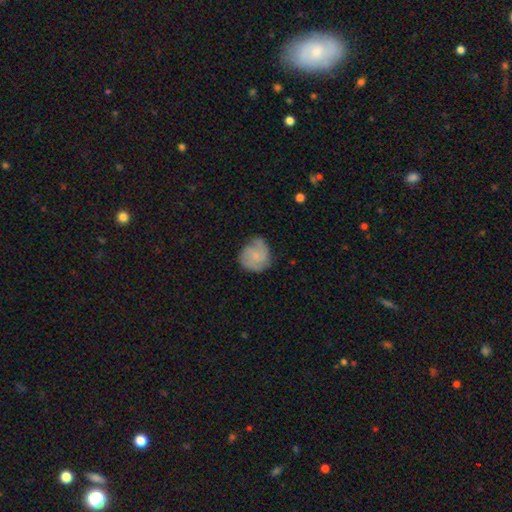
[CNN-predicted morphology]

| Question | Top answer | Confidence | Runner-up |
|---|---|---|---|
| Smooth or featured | featured or disk | 51% | smooth (41%) |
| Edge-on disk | no | 98% | yes (2%) |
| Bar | no | 74% | weak (24%) |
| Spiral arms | yes | 89% | no (11%) |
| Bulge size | small | 57% | none (24%) |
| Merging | none | 66% | minor disturbance (25%) |